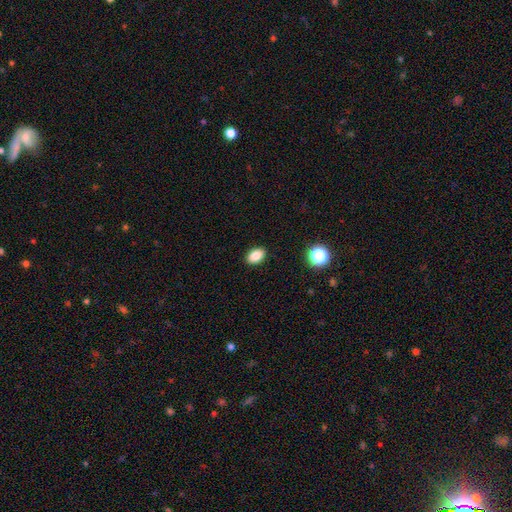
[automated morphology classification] A smooth galaxy with no disk features (85%) that is in between round and cigar-shaped (85%).

Vote fractions:
- Smooth or featured? smooth: 85% / star or artifact: 10% / featured or disk: 5%
- How rounded? in between: 85% / round: 13% / cigar-shaped: 1%
- Merging? none: 90% / minor disturbance: 7% / major disturbance: 2% / merger: 1%